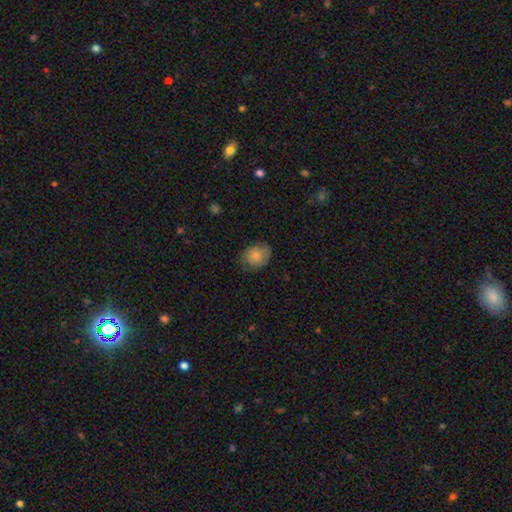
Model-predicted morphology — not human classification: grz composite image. It shows a smooth galaxy with no disk features (82%) that is round (61%). Merging: none (70%).